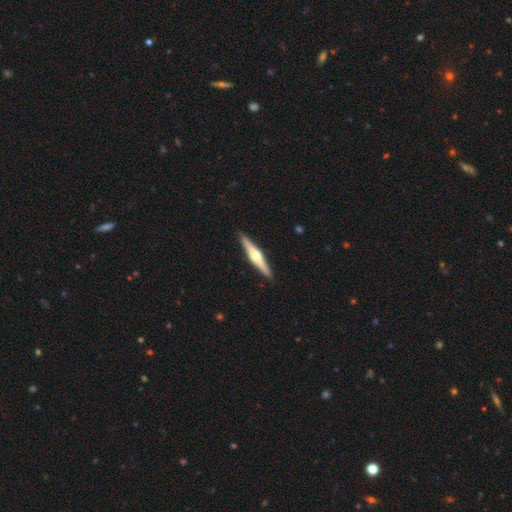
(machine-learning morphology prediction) This appears to be a featured or disk galaxy (74%) viewed edge-on (98%) with a rounded central bulge (91%). Merging: none (91%).